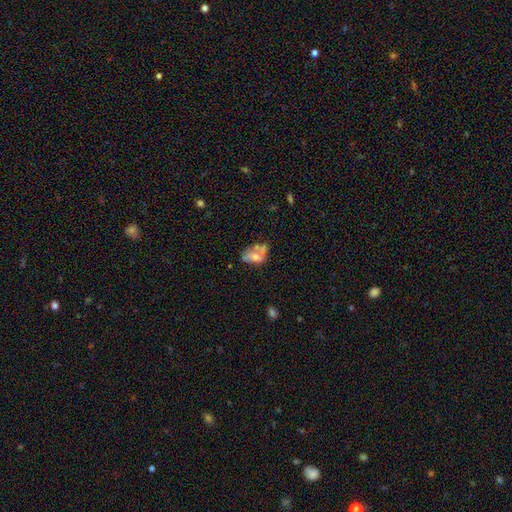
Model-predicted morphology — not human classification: Q: Smooth or featured?
A: smooth (50%); runner-up: featured or disk (39%)
Q: How rounded?
A: in between (82%); runner-up: round (16%)
Q: Merging?
A: merger (39%); runner-up: none (26%)